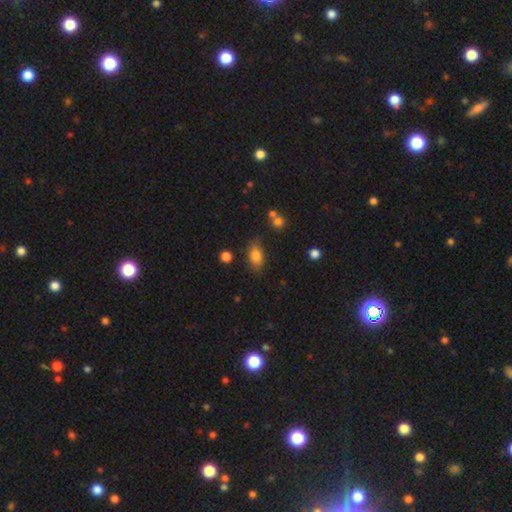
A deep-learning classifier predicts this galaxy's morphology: smooth-or-featured: smooth: 82% | featured or disk: 9% | star or artifact: 9%
  how-rounded: in between: 86% | round: 8% | cigar-shaped: 6%
  merging: none: 74% | minor disturbance: 18% | major disturbance: 5% | merger: 4%